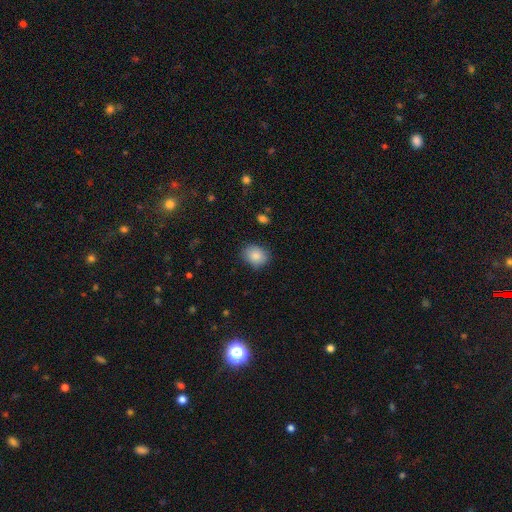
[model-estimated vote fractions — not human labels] Morphology: type=smooth (87%); roundness=round (58%); merging=none (79%).